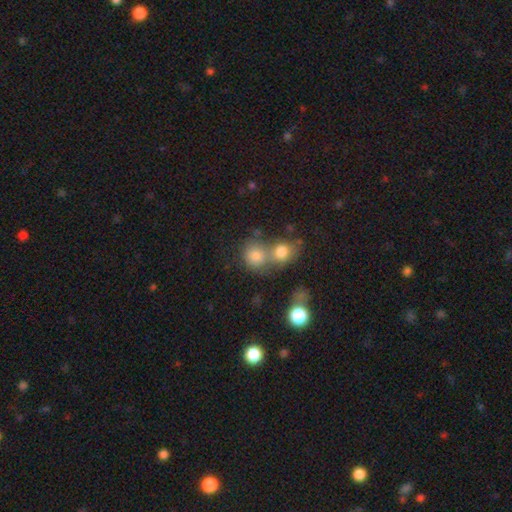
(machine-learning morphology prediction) Q: Smooth or featured?
A: smooth (78%); runner-up: star or artifact (12%)
Q: How rounded?
A: round (77%); runner-up: in between (22%)
Q: Merging?
A: merger (52%); runner-up: none (35%)